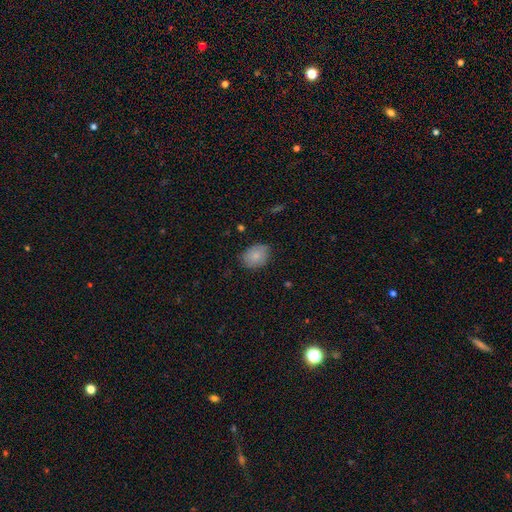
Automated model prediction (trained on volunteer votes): smooth-or-featured: smooth: 82% | featured or disk: 12% | star or artifact: 7%
  how-rounded: in between: 65% | round: 34% | cigar-shaped: 1%
  merging: none: 76% | minor disturbance: 20% | major disturbance: 4% | merger: 1%